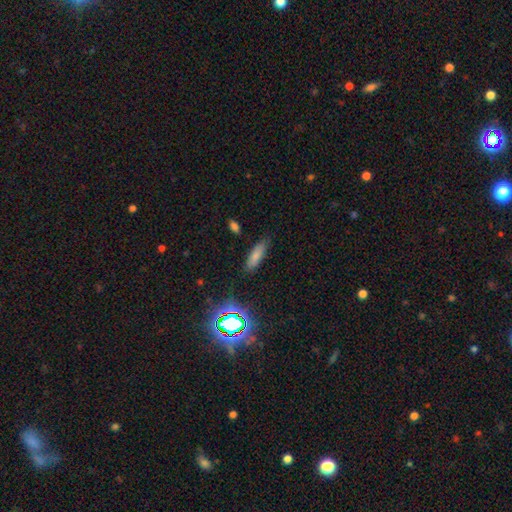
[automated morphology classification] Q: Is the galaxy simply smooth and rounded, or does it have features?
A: smooth — 76%.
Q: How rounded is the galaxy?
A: in between — 53%.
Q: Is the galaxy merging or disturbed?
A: none — 81%.